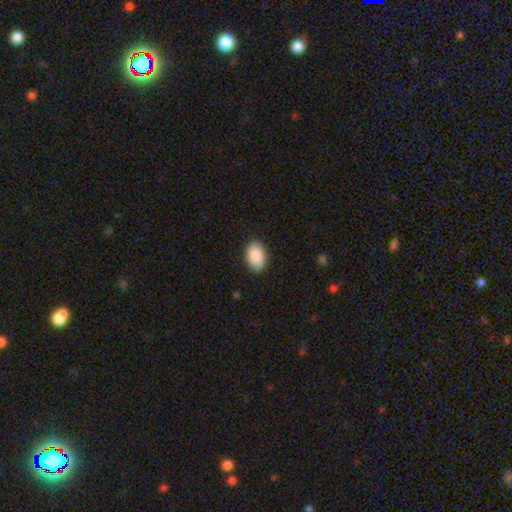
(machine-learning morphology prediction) Q: Smooth or featured?
A: smooth (91%); runner-up: star or artifact (6%)
Q: How rounded?
A: in between (90%); runner-up: round (9%)
Q: Merging?
A: none (88%); runner-up: minor disturbance (9%)